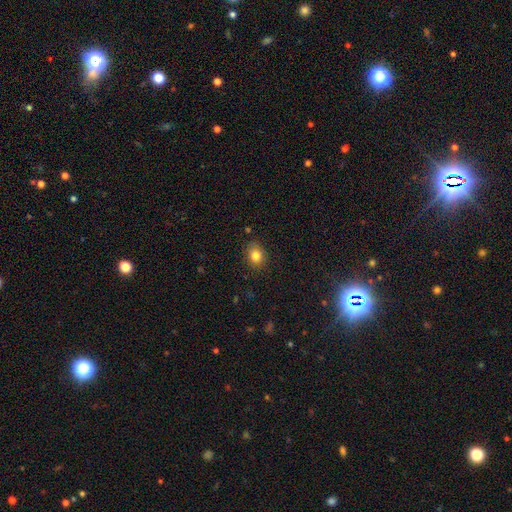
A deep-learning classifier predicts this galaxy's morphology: This is clearly a smooth galaxy (82%). How rounded: possibly round (53%). Merging: clearly none (86%).